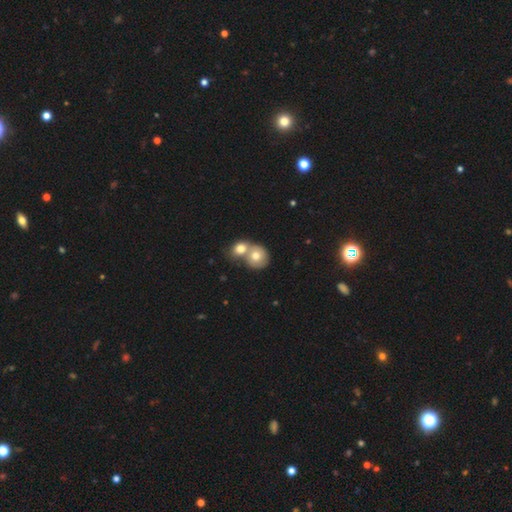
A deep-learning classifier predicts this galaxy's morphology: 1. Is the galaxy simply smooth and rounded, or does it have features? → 70% smooth, 22% featured or disk, 8% star or artifact.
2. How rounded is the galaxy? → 76% round, 23% in between, 1% cigar-shaped.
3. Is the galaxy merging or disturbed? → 68% merger, 24% none, 6% minor disturbance, 3% major disturbance.